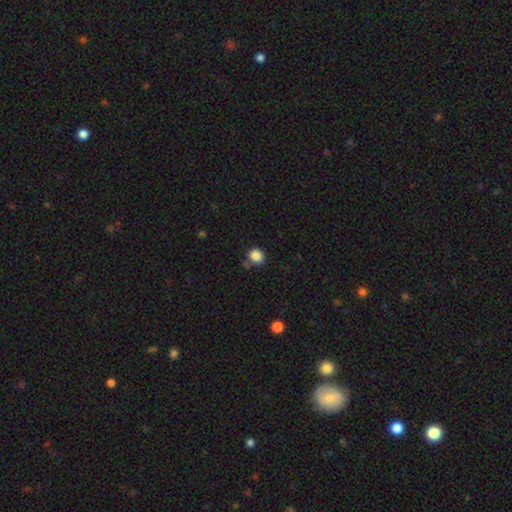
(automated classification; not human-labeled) Smooth or featured: smooth — 85% (star or artifact — 11%)
How rounded: round — 79% (in between — 20%)
Merging: none — 72% (minor disturbance — 15%)